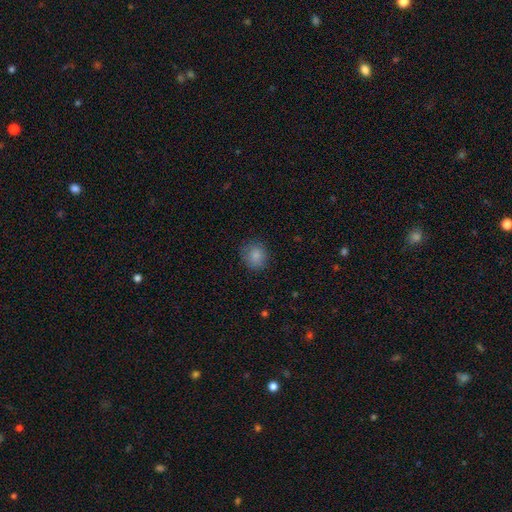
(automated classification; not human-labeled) This is clearly a smooth galaxy (85%). How rounded: clearly round (84%). Merging: clearly none (83%).